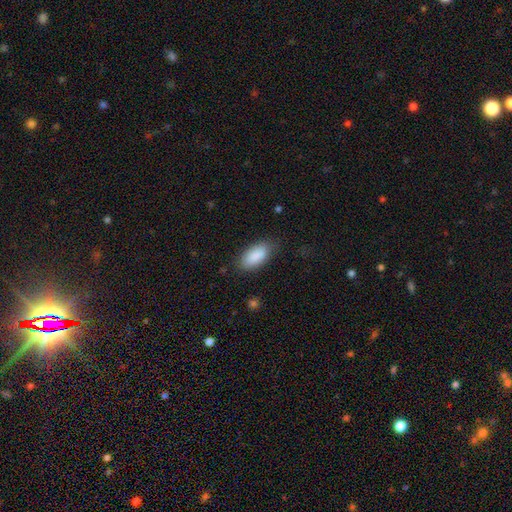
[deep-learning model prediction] smooth 89%, star or artifact 6%, featured or disk 5%. Down the decision tree: how rounded — in between (91%); merging — none (80%).